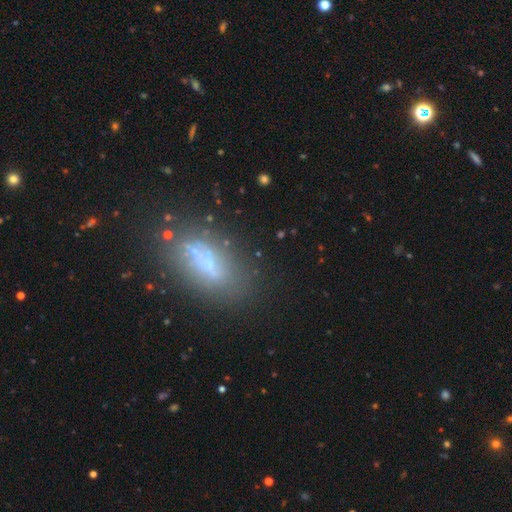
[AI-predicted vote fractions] Morphology: type=smooth (58%); roundness=in between (72%); merging=none (75%).